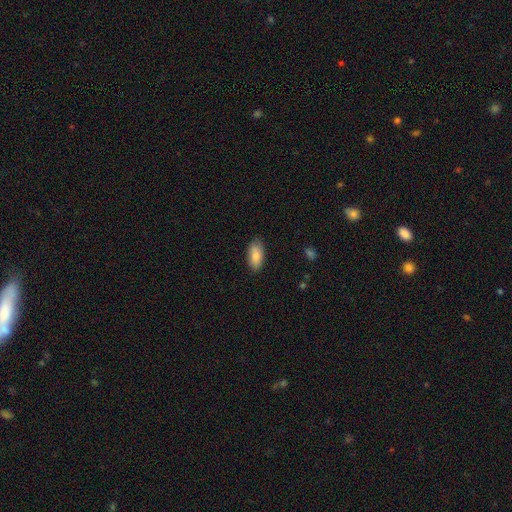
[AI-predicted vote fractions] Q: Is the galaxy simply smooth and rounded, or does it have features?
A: smooth — 85%.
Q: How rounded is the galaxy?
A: in between — 89%.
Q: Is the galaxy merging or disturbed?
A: none — 82%.